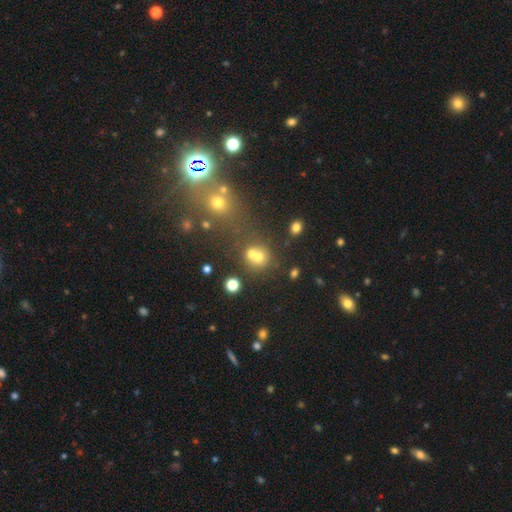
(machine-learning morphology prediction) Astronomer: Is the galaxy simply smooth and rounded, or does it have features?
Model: smooth — 65%.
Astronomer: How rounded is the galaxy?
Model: round — 82%.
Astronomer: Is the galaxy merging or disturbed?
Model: merger — 44% (runner-up: none, 42%).